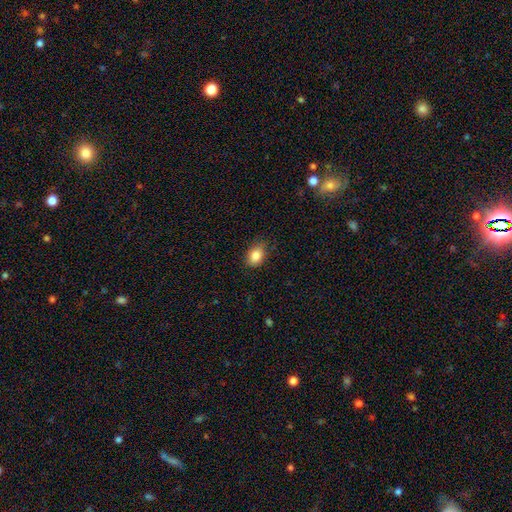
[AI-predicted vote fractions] Smooth or featured?
  - smooth: 85% *
  - star or artifact: 8%
  - featured or disk: 6%
How rounded?
  - in between: 78% *
  - round: 20%
  - cigar-shaped: 1%
Merging?
  - none: 79% *
  - minor disturbance: 17%
  - major disturbance: 3%
  - merger: 1%